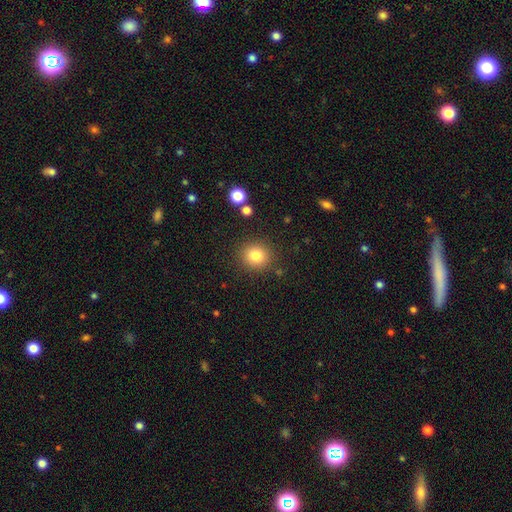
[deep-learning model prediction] Q: Smooth or featured?
A: smooth (82%); runner-up: star or artifact (11%)
Q: How rounded?
A: round (87%); runner-up: in between (12%)
Q: Merging?
A: none (87%); runner-up: minor disturbance (8%)